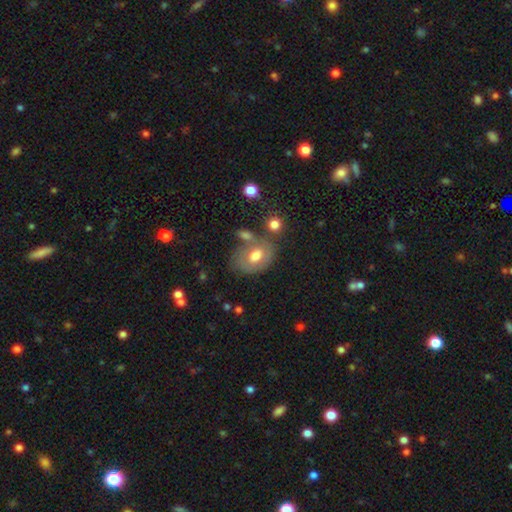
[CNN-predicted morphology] A smooth galaxy with no disk features (54%) that is in between round and cigar-shaped (77%).

Vote fractions:
- Smooth or featured? smooth: 54% / featured or disk: 38% / star or artifact: 8%
- How rounded? in between: 77% / round: 21% / cigar-shaped: 1%
- Merging? none: 51% / minor disturbance: 22% / merger: 16% / major disturbance: 11%